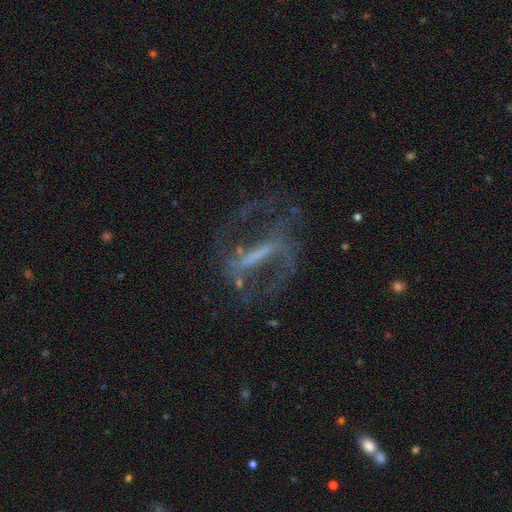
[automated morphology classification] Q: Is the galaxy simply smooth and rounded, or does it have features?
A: featured or disk — 82%.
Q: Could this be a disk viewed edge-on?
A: no — 92%.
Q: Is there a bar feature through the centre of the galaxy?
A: strong — 70%.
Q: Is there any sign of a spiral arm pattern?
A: yes — 86%.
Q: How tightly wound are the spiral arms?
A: medium — 47%.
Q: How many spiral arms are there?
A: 2 — 84%.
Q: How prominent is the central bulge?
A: none — 50%.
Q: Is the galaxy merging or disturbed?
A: none — 61%.